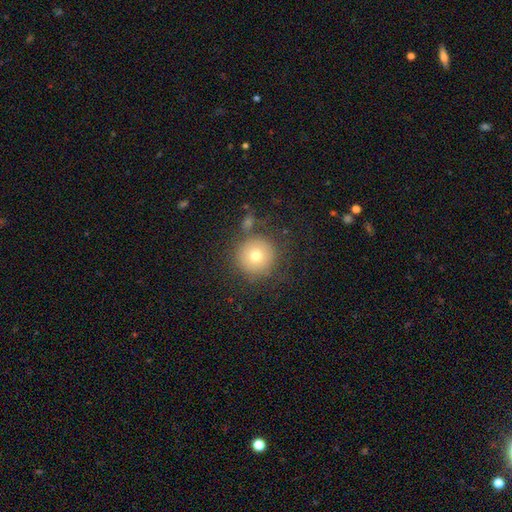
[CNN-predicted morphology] type=smooth (73%); roundness=round (96%); merging=none (79%).